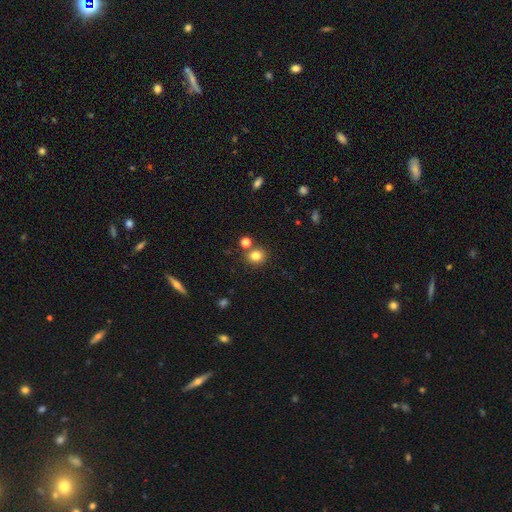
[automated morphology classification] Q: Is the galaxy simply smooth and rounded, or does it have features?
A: smooth — 80%.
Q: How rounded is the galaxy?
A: round — 83%.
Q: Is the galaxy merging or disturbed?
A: none — 79%.